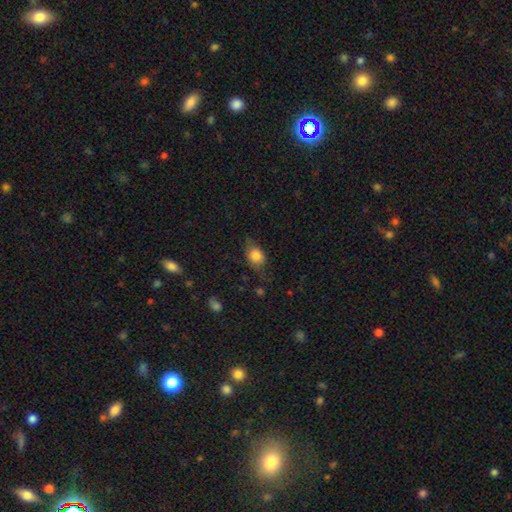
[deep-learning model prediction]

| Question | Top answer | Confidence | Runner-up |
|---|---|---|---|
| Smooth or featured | smooth | 77% | featured or disk (14%) |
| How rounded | in between | 64% | round (33%) |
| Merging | none | 61% | minor disturbance (27%) |